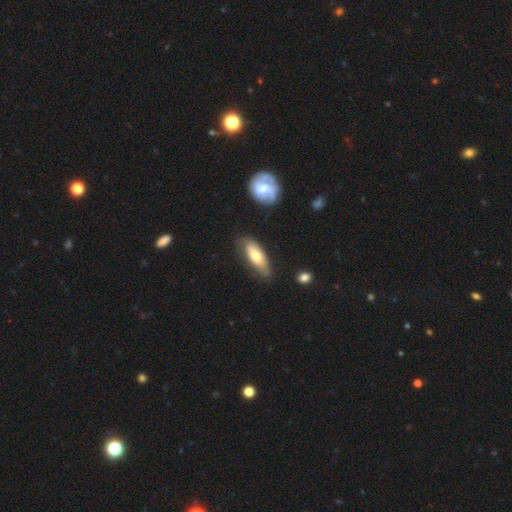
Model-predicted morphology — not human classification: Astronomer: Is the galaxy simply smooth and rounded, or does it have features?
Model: smooth — 61%.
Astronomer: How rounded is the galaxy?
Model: in between — 70%.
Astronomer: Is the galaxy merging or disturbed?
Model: none — 68%.